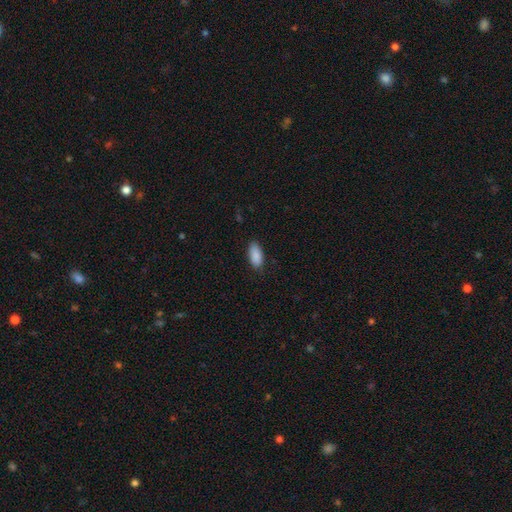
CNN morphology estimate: A smooth galaxy with no disk features (90%) that is in between round and cigar-shaped (91%). Merging: none (83%).